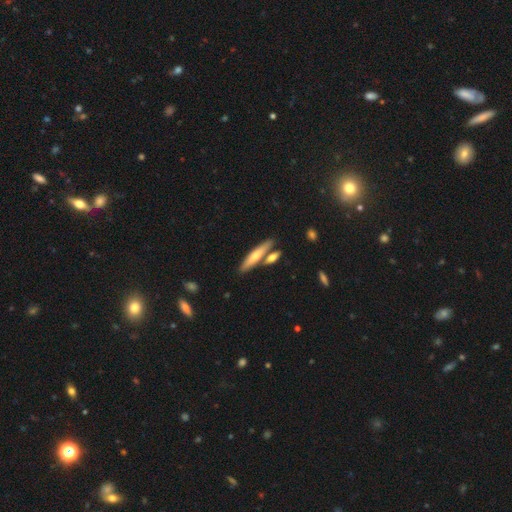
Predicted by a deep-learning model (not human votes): This is possibly a smooth galaxy (59%). How rounded: clearly cigar-shaped (84%). Merging: likely none (68%).